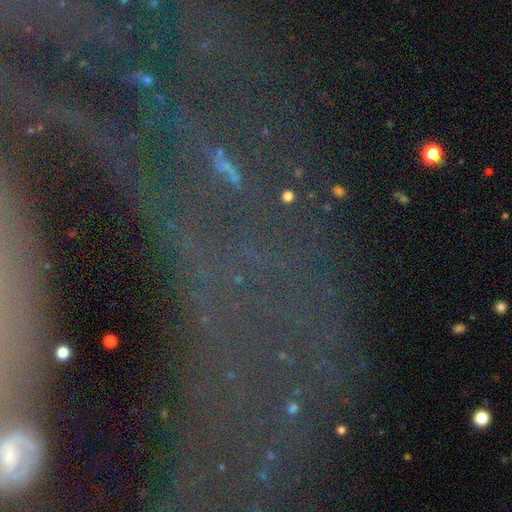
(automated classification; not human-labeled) This is likely a star or artifact rather than a galaxy (63%).